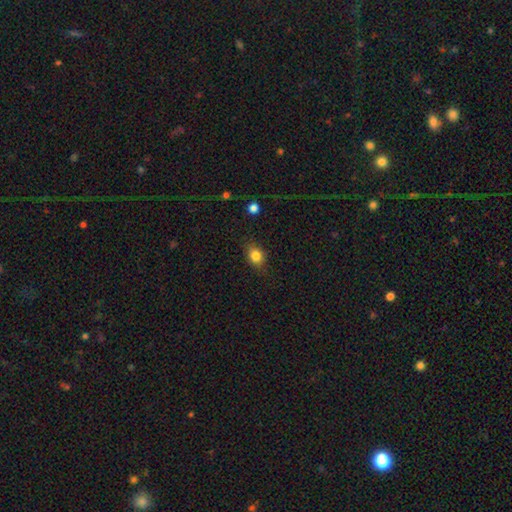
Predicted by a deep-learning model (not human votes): smooth_or_featured: smooth (p=0.82) [alt: star or artifact p=0.11]
how_rounded: in between (p=0.54) [alt: round p=0.45]
merging: none (p=0.81) [alt: minor disturbance p=0.14]